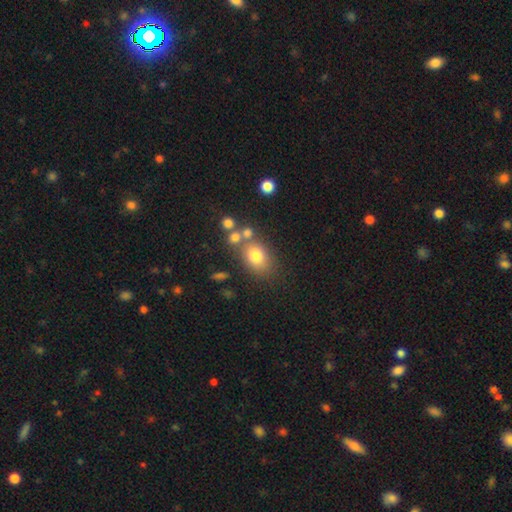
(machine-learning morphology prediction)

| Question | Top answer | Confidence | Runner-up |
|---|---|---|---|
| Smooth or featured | smooth | 76% | featured or disk (13%) |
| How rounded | in between | 62% | round (36%) |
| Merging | none | 61% | merger (18%) |